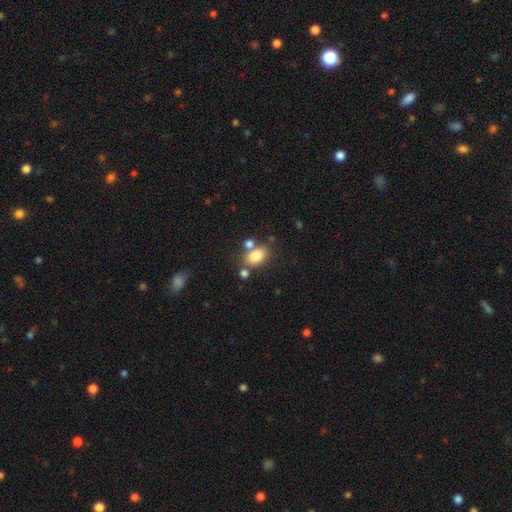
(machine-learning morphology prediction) A smooth galaxy with no disk features (82%) that is in between round and cigar-shaped (85%). Merging: none (59%).